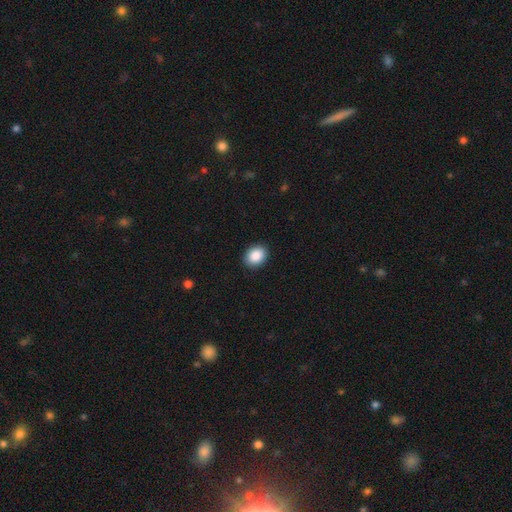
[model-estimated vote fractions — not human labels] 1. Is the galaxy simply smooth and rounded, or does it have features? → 89% smooth, 7% star or artifact, 4% featured or disk.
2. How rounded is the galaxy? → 61% in between, 38% round, 1% cigar-shaped.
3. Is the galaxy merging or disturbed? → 90% none, 7% minor disturbance, 2% major disturbance, 1% merger.